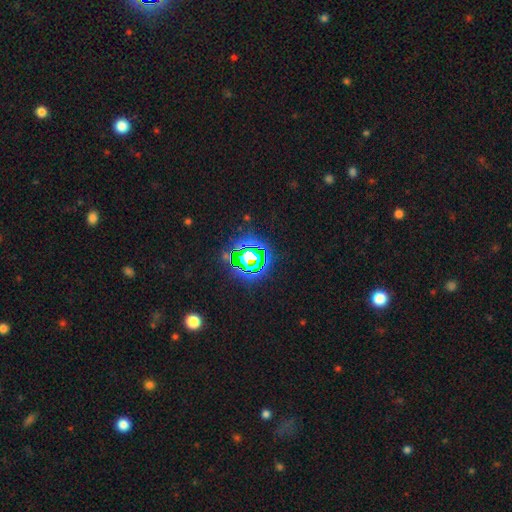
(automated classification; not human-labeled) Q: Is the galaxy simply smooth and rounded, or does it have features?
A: star or artifact — 73%.